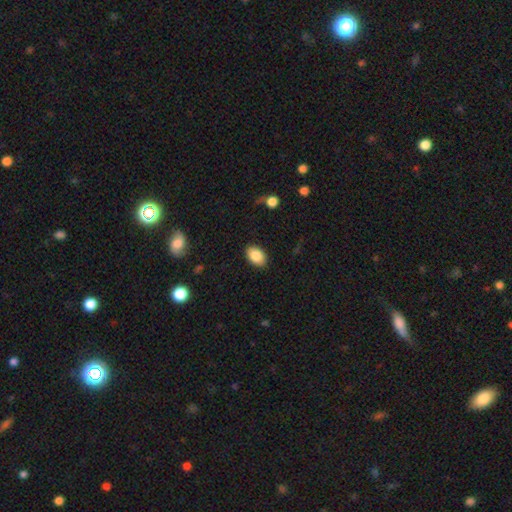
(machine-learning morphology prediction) The model was most divided on "how rounded": in between: 88%, round: 11%, cigar-shaped: 1%. More confident: merging — none (88%); smooth or featured — smooth (87%).